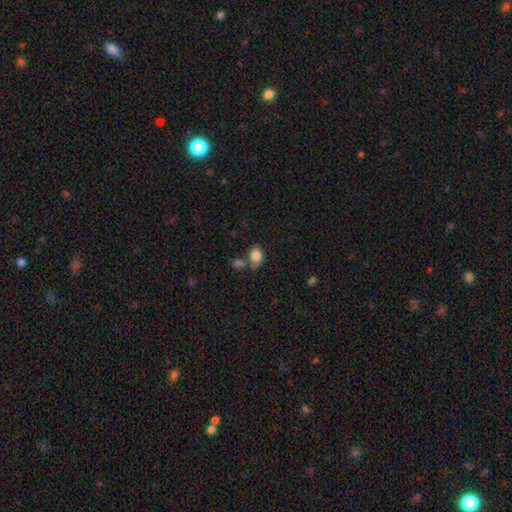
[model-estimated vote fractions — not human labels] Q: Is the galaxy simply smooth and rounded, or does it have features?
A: smooth — 83%.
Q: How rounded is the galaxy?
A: in between — 77%.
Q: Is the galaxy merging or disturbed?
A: none — 51%.